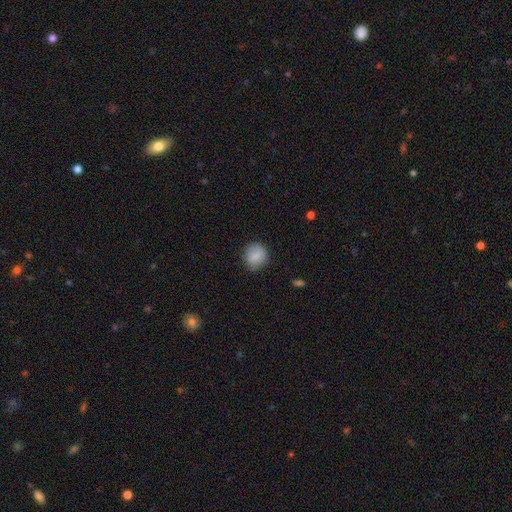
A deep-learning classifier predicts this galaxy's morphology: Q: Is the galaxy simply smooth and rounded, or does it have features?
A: smooth — 80%.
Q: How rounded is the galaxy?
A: round — 77%.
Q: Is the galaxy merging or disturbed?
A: none — 81%.